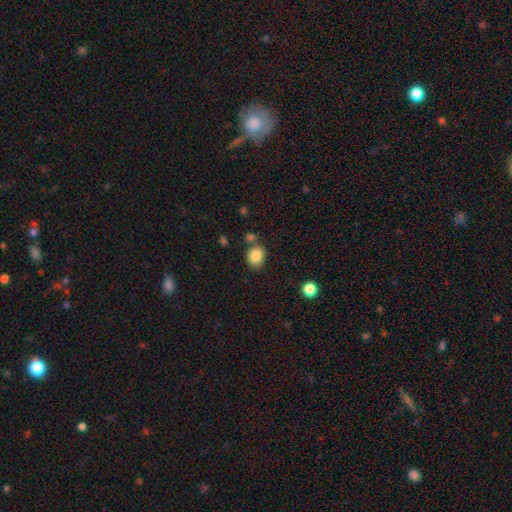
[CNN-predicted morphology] A smooth galaxy with no disk features (85%) that is round (55%).

Vote fractions:
- Smooth or featured? smooth: 85% / star or artifact: 9% / featured or disk: 6%
- How rounded? round: 55% / in between: 44% / cigar-shaped: 1%
- Merging? none: 73% / minor disturbance: 12% / merger: 12% / major disturbance: 3%